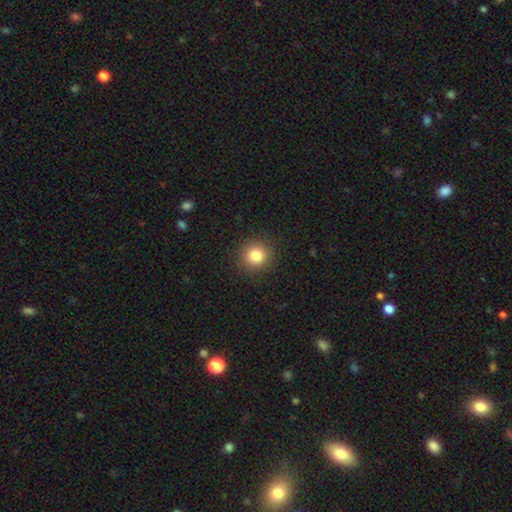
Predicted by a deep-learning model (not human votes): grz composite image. It shows a smooth galaxy with no disk features (83%) that is round (91%). Merging: none (91%).